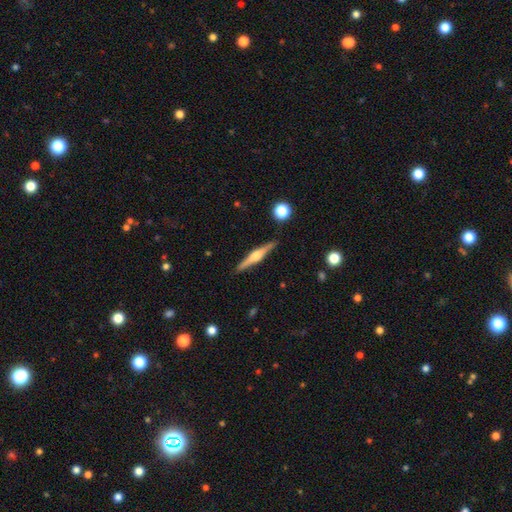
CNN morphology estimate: Smooth or featured?
  - featured or disk: 75% *
  - smooth: 19%
  - star or artifact: 6%
Edge-on disk?
  - yes: 98% *
  - no: 2%
Edge-on bulge?
  - rounded: 84% *
  - boxy: 12%
  - none: 3%
Merging?
  - none: 90% *
  - minor disturbance: 7%
  - major disturbance: 2%
  - merger: 2%